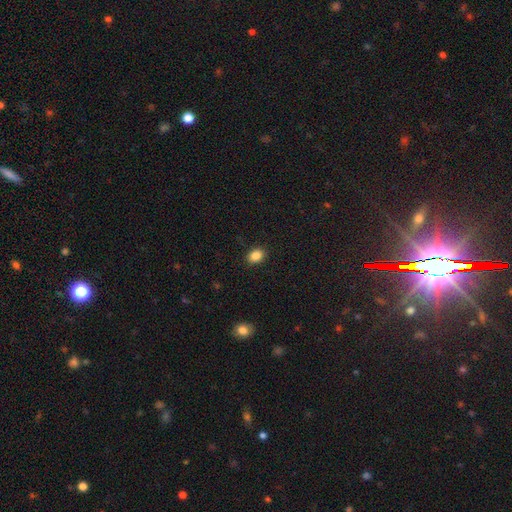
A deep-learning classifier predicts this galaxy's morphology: Overall: smooth (87%). How rounded: in between (71%). Merging: none (89%).